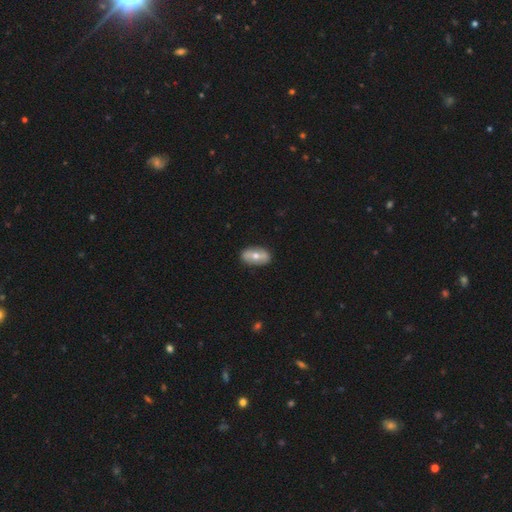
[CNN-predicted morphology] Smooth or featured?
  - smooth: 48% *
  - featured or disk: 46%
  - star or artifact: 6%
Merging?
  - none: 86% *
  - minor disturbance: 10%
  - major disturbance: 2%
  - merger: 1%